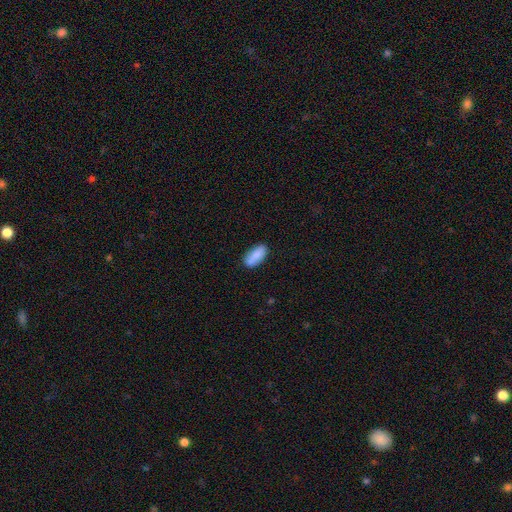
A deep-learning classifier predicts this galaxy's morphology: A smooth galaxy with no disk features (86%) that is in between round and cigar-shaped (84%).

Vote fractions:
- Smooth or featured? smooth: 86% / featured or disk: 8% / star or artifact: 7%
- How rounded? in between: 84% / cigar-shaped: 14% / round: 2%
- Merging? none: 80% / minor disturbance: 14% / merger: 3% / major disturbance: 3%